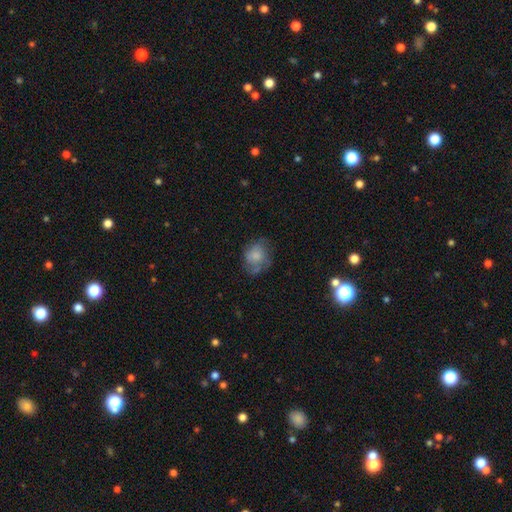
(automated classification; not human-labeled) A smooth galaxy with no disk features (58%) that is round (59%).

Vote fractions:
- Smooth or featured? smooth: 58% / featured or disk: 32% / star or artifact: 10%
- How rounded? round: 59% / in between: 40% / cigar-shaped: 1%
- Merging? none: 56% / minor disturbance: 26% / major disturbance: 16% / merger: 2%